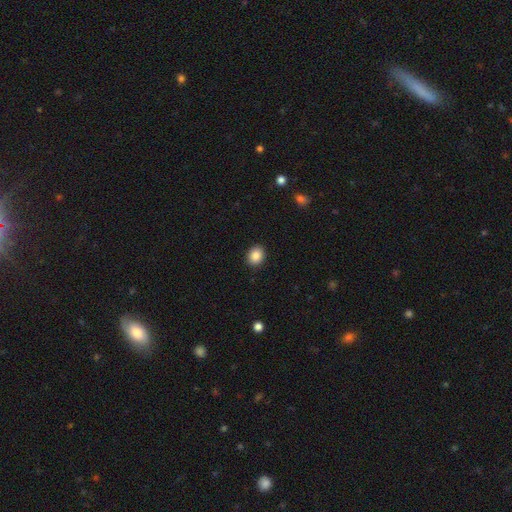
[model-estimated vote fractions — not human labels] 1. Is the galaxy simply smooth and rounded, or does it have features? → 87% smooth, 9% star or artifact, 4% featured or disk.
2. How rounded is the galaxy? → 55% round, 44% in between, 1% cigar-shaped.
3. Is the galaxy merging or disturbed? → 91% none, 6% minor disturbance, 2% major disturbance, 1% merger.